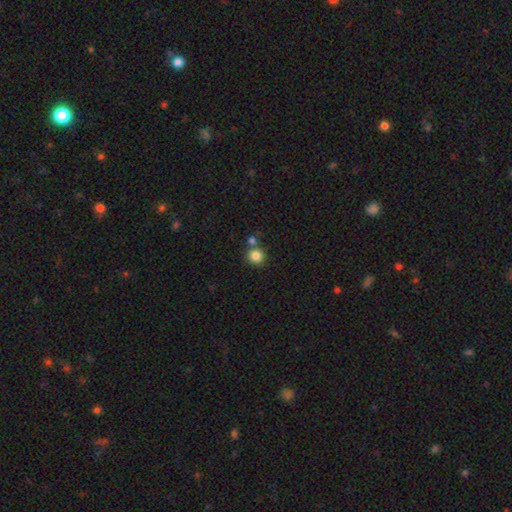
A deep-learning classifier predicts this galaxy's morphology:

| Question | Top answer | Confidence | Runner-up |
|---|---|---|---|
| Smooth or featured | smooth | 84% | star or artifact (11%) |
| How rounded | round | 92% | in between (7%) |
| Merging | none | 72% | merger (18%) |